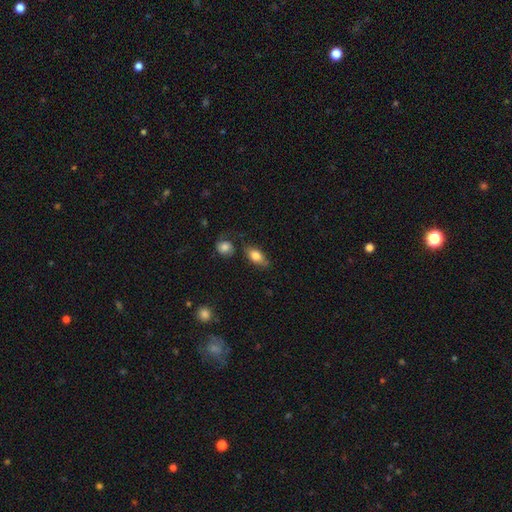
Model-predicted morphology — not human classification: The model was most divided on "merging": none: 64%, minor disturbance: 21%, merger: 8%, major disturbance: 6%. More confident: how rounded — in between (85%); smooth or featured — smooth (77%).